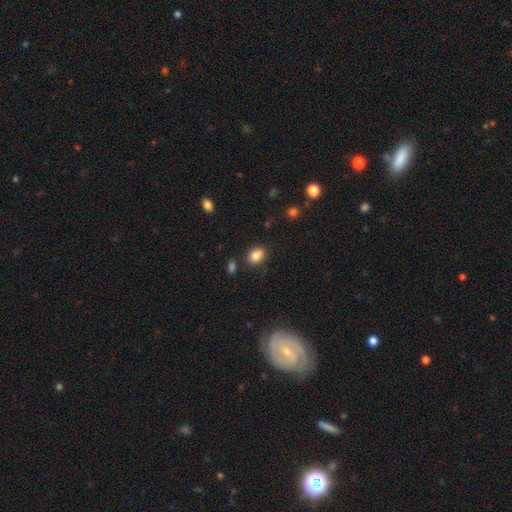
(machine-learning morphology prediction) Smooth or featured? Predicted: smooth (p=0.83). How rounded? Predicted: in between (p=0.63). Merging? Predicted: none (p=0.74).